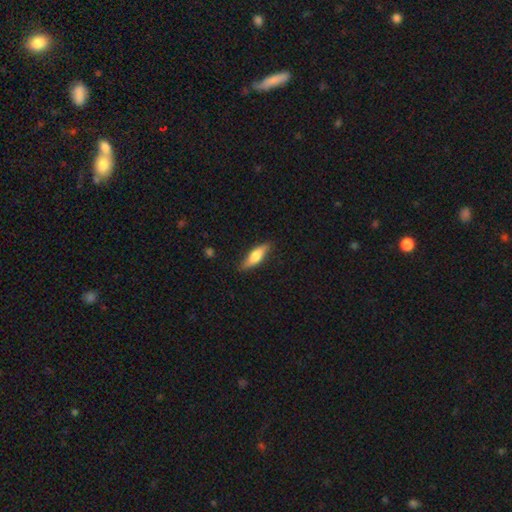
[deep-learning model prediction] A smooth galaxy with no disk features (64%) that is cigar-shaped (55%). Merging: none (82%).